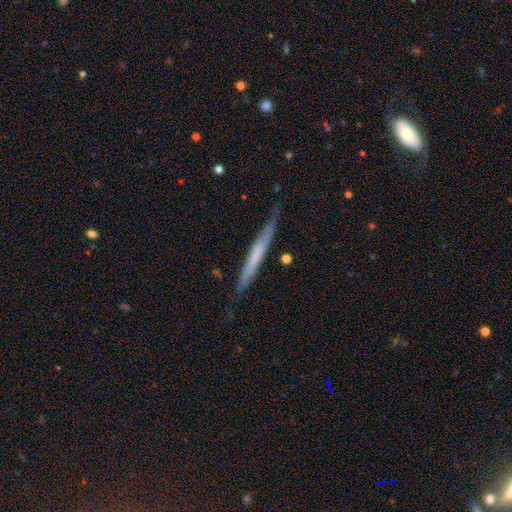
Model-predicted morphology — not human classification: Overall: smooth (49%; featured or disk 46%). Merging: none (80%).